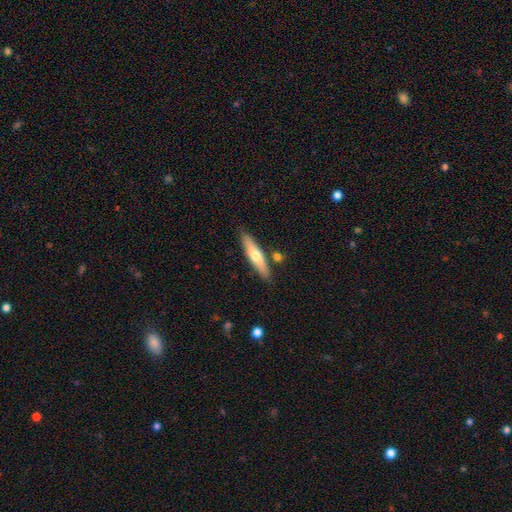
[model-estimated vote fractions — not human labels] Smooth or featured?
  - smooth: 55% *
  - featured or disk: 40%
  - star or artifact: 5%
How rounded?
  - cigar-shaped: 79% *
  - in between: 19%
  - round: 2%
Merging?
  - none: 83% *
  - minor disturbance: 10%
  - merger: 5%
  - major disturbance: 2%